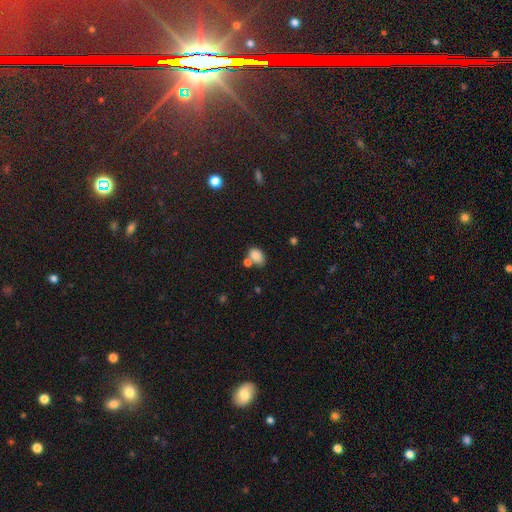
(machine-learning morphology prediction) A smooth galaxy with no disk features (83%) that is in between round and cigar-shaped (80%). Merging: none (50%).